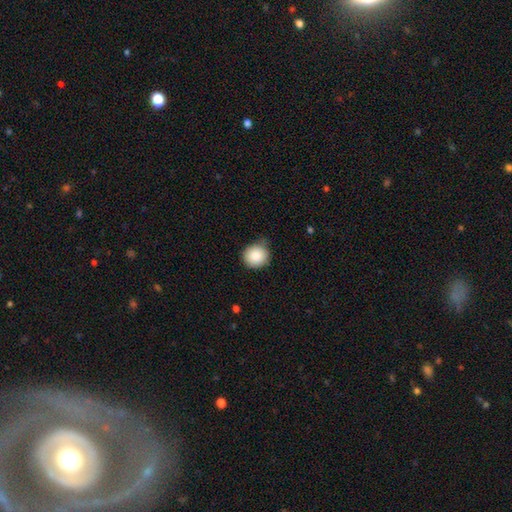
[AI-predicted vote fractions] Smooth or featured? smooth (86%)
How rounded? round (91%)
Merging? none (73%)